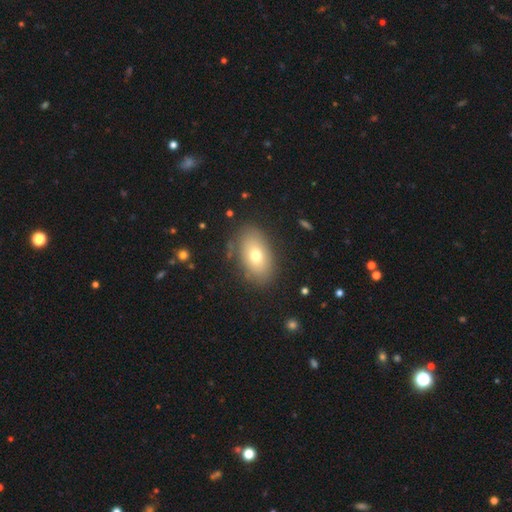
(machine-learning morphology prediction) type=smooth (71%); roundness=in between (89%); merging=none (83%).